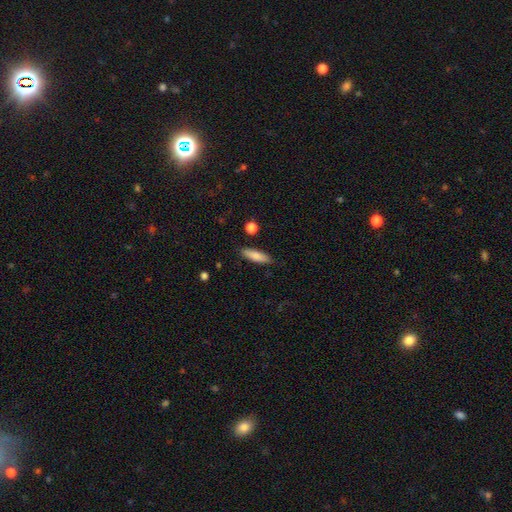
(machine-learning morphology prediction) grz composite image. It shows a smooth galaxy with no disk features (82%) that is cigar-shaped (60%). Merging: none (85%).